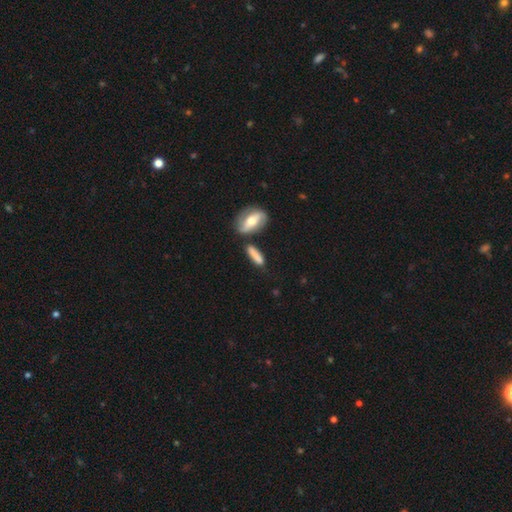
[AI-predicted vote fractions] A smooth galaxy with no disk features (74%) that is cigar-shaped (61%). Merging: none (62%).